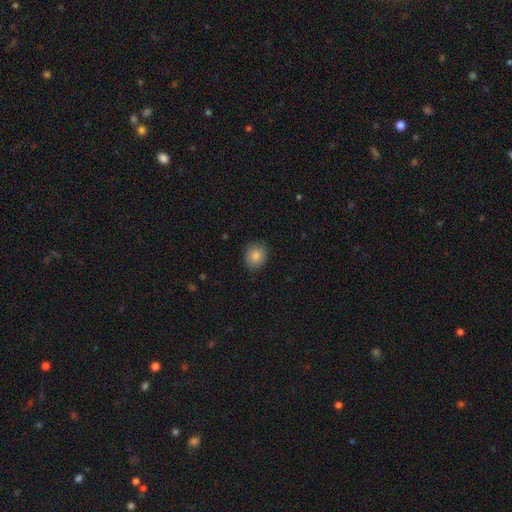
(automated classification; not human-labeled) Smooth or featured?
  - smooth: 85% *
  - star or artifact: 8%
  - featured or disk: 7%
How rounded?
  - round: 69% *
  - in between: 30%
  - cigar-shaped: 1%
Merging?
  - none: 86% *
  - minor disturbance: 10%
  - major disturbance: 2%
  - merger: 1%